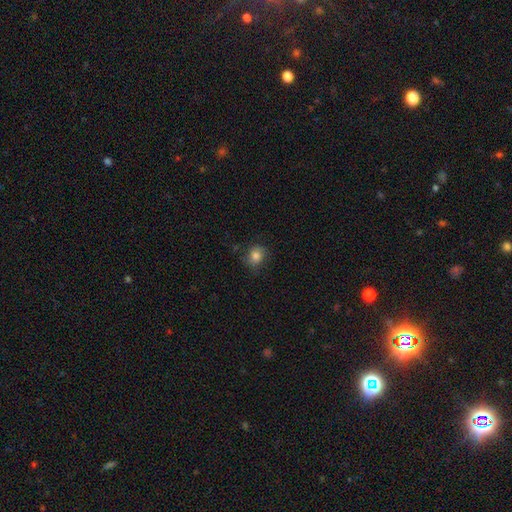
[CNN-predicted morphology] smooth-or-featured: smooth: 82% | star or artifact: 11% | featured or disk: 7%
  how-rounded: round: 70% | in between: 29% | cigar-shaped: 1%
  merging: none: 77% | minor disturbance: 17% | major disturbance: 4% | merger: 2%